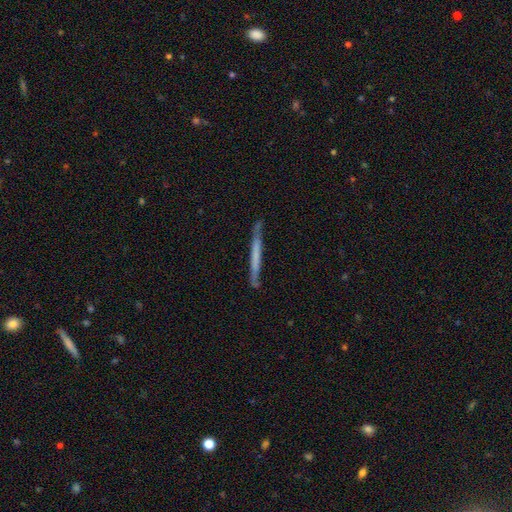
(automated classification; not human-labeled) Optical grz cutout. It shows a smooth galaxy with no disk features (50%). Merging: none (82%).